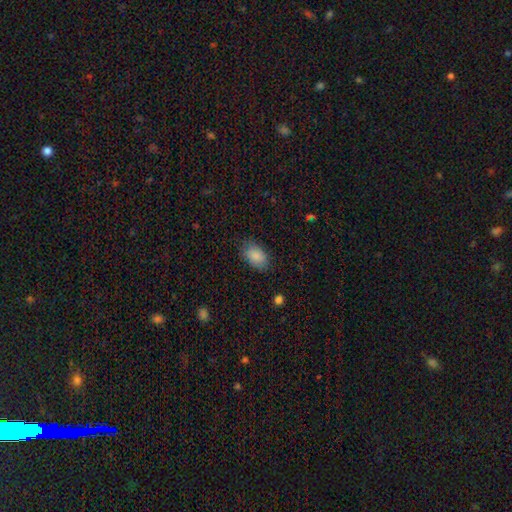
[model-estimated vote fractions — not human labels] Q: Smooth or featured?
A: smooth (87%); runner-up: star or artifact (7%)
Q: How rounded?
A: in between (88%); runner-up: round (10%)
Q: Merging?
A: none (78%); runner-up: minor disturbance (16%)